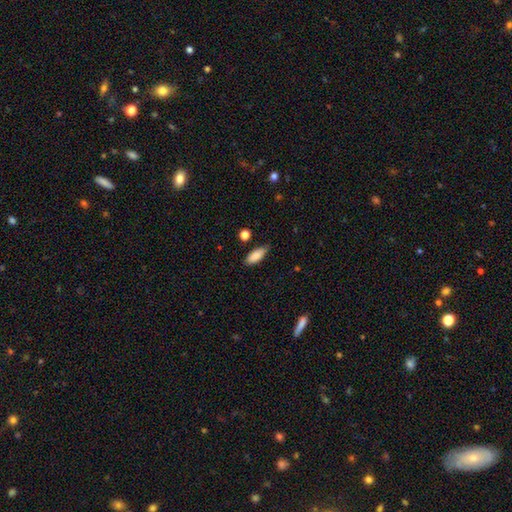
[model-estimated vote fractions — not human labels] A smooth galaxy with no disk features (87%) that is in between round and cigar-shaped (76%).

Vote fractions:
- Smooth or featured? smooth: 87% / featured or disk: 7% / star or artifact: 7%
- How rounded? in between: 76% / cigar-shaped: 22% / round: 2%
- Merging? none: 78% / minor disturbance: 17% / major disturbance: 3% / merger: 2%